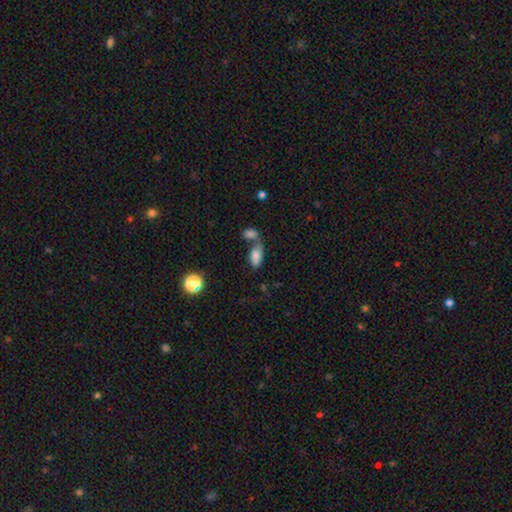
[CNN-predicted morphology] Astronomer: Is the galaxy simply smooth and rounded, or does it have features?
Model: smooth — 82%.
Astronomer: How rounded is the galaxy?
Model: in between — 90%.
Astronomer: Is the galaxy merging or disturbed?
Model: merger — 46% (runner-up: none, 36%).